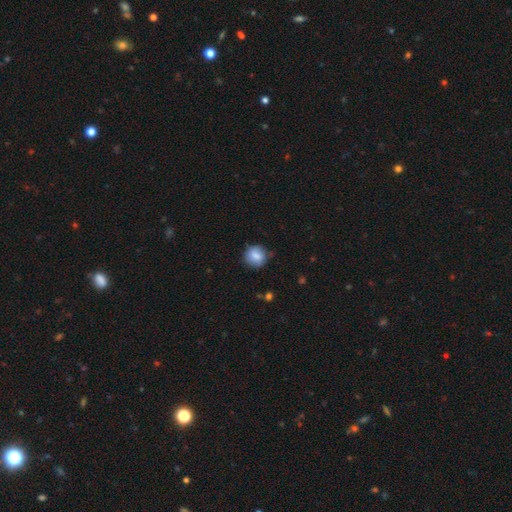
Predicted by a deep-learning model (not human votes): A smooth galaxy with no disk features (80%) that is round (85%).

Vote fractions:
- Smooth or featured? smooth: 80% / featured or disk: 12% / star or artifact: 8%
- How rounded? round: 85% / in between: 14% / cigar-shaped: 1%
- Merging? none: 74% / minor disturbance: 20% / major disturbance: 4% / merger: 2%